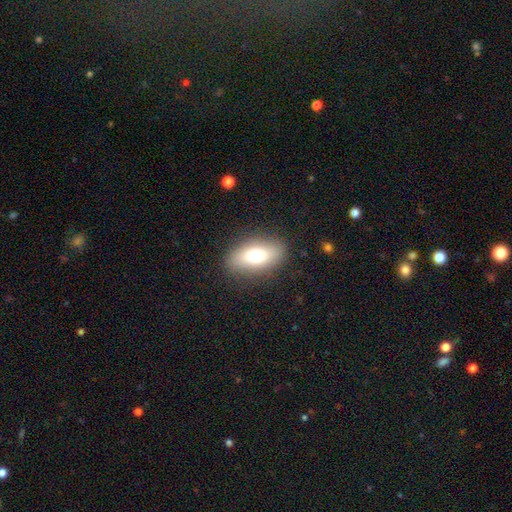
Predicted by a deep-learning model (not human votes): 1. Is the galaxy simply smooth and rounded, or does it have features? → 73% smooth, 19% featured or disk, 8% star or artifact.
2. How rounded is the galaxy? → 86% in between, 7% round, 7% cigar-shaped.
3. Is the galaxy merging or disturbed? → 86% none, 9% minor disturbance, 3% major disturbance, 1% merger.